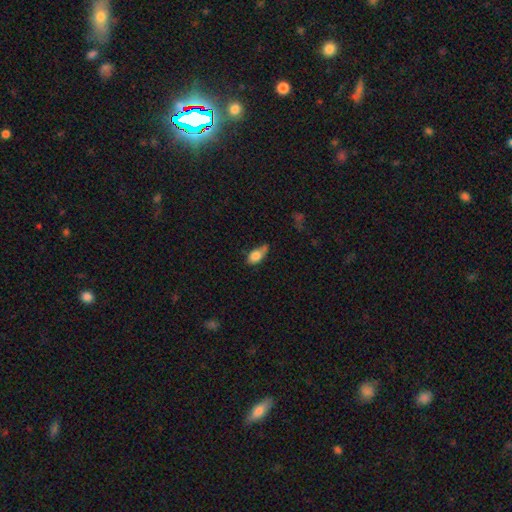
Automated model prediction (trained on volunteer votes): Q: Smooth or featured?
A: smooth (81%); runner-up: featured or disk (11%)
Q: How rounded?
A: in between (85%); runner-up: round (10%)
Q: Merging?
A: minor disturbance (39%); tied with: none (39%)